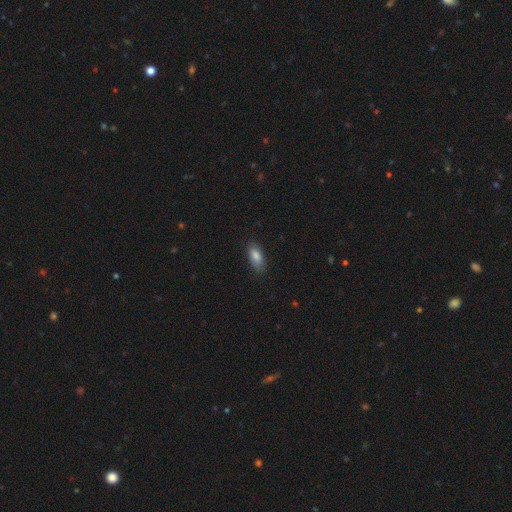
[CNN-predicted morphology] smooth-or-featured: smooth: 84% | featured or disk: 9% | star or artifact: 7%
  how-rounded: in between: 82% | cigar-shaped: 15% | round: 3%
  merging: none: 79% | minor disturbance: 17% | major disturbance: 3% | merger: 1%